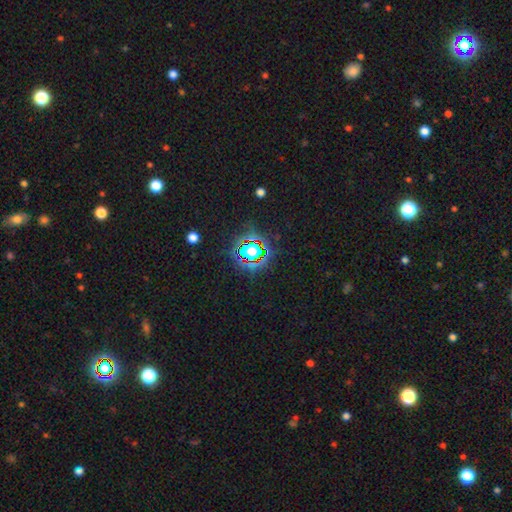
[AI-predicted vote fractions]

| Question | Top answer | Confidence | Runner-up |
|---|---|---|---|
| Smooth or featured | star or artifact | 79% | smooth (12%) |